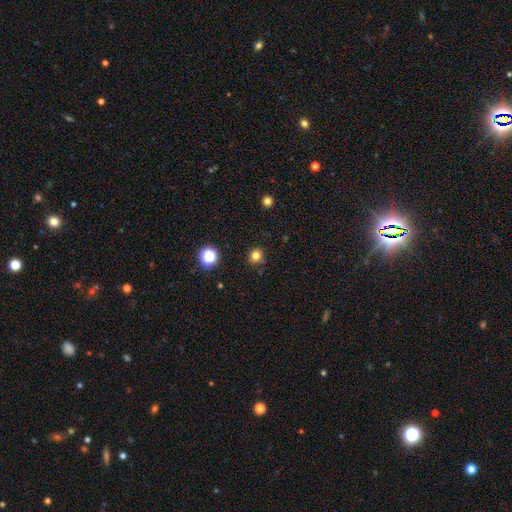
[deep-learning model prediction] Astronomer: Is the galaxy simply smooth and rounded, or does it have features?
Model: smooth — 79%.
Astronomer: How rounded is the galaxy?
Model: round — 88%.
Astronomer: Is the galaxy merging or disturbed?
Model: none — 87%.